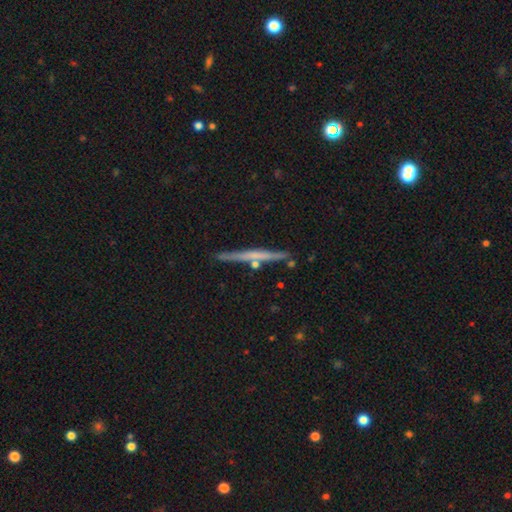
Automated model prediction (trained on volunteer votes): Smooth or featured: featured or disk — 57% (smooth — 37%)
Edge-on disk: yes — 97% (no — 3%)
Edge-on bulge: none — 73% (rounded — 21%)
Merging: none — 84% (minor disturbance — 9%)